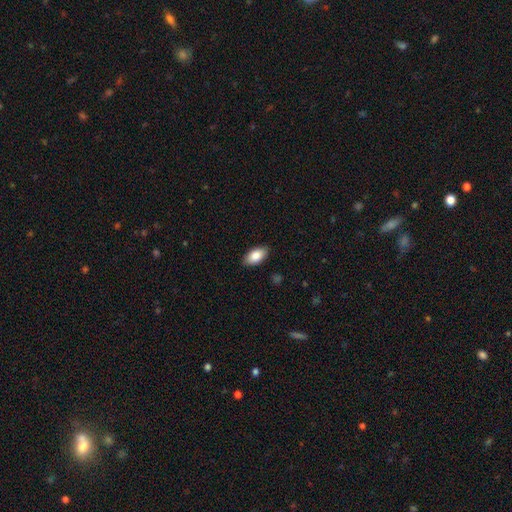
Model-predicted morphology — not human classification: Smooth or featured? smooth (85%)
How rounded? in between (93%)
Merging? none (87%)